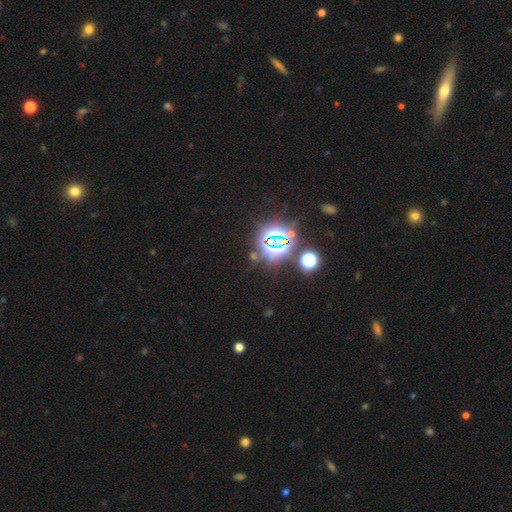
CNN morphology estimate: Smooth or featured? star or artifact (78%)